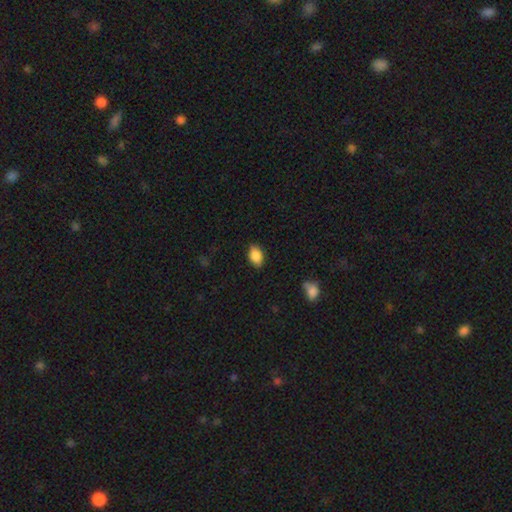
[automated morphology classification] This is clearly a smooth galaxy (87%). How rounded: clearly in between (88%). Merging: clearly none (84%).